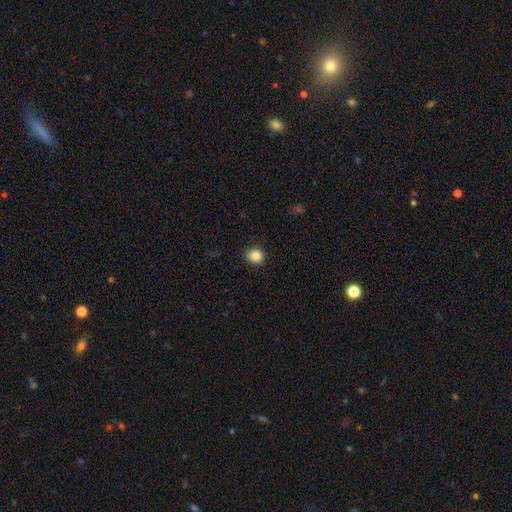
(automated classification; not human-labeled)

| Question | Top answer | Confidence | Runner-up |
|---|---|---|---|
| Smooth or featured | smooth | 85% | star or artifact (10%) |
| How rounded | round | 80% | in between (19%) |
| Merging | none | 90% | minor disturbance (7%) |